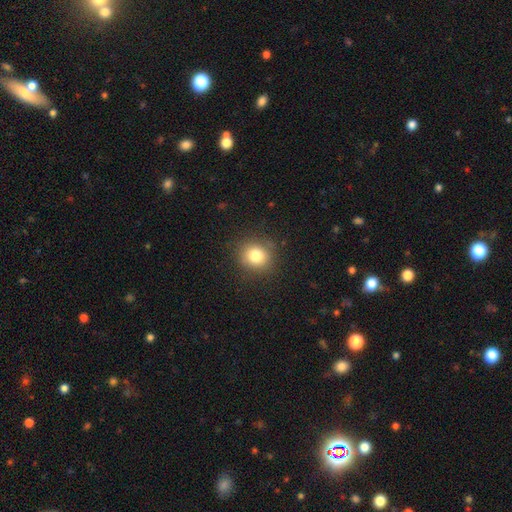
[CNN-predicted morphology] This is clearly a smooth galaxy (81%). How rounded: clearly round (84%). Merging: clearly none (87%).